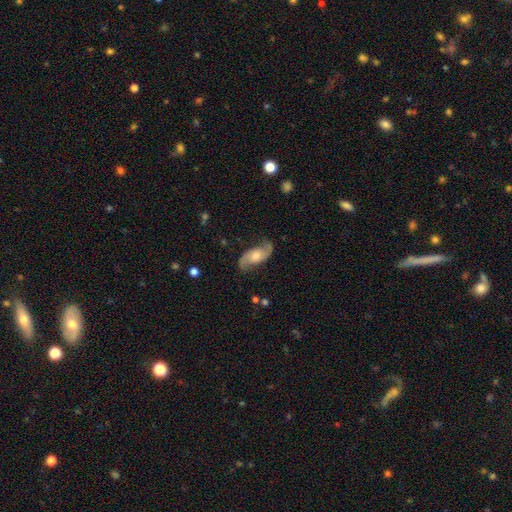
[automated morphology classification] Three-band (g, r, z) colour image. It shows a featured or disk galaxy (77%) with no bar (63%), 2 (92%) loose (51%) spiral arms (94%) and a moderate central bulge (55%). Merging: none (78%).